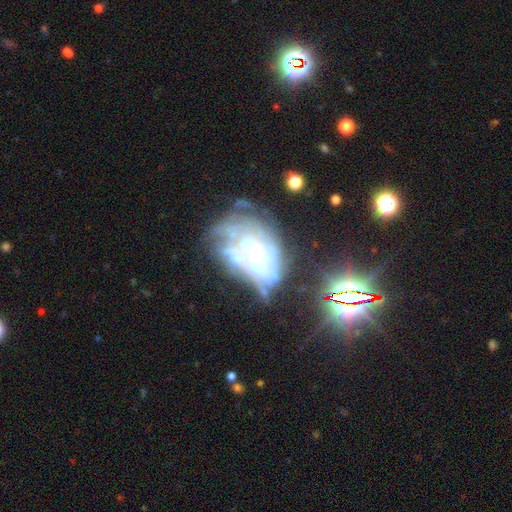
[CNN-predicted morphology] Smooth or featured? featured or disk (69%)
Edge-on disk? no (97%)
Bar? no (67%)
Spiral arms? no (61%)
Bulge size? none (55%)
Merging? major disturbance (33%)